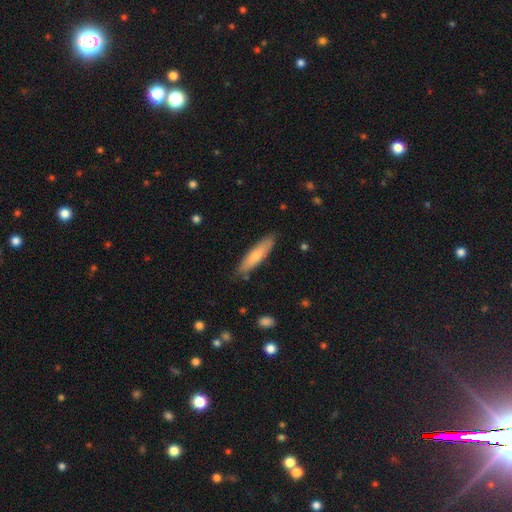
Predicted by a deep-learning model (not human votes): Morphology: type=smooth (69%); roundness=cigar-shaped (76%); merging=none (84%).